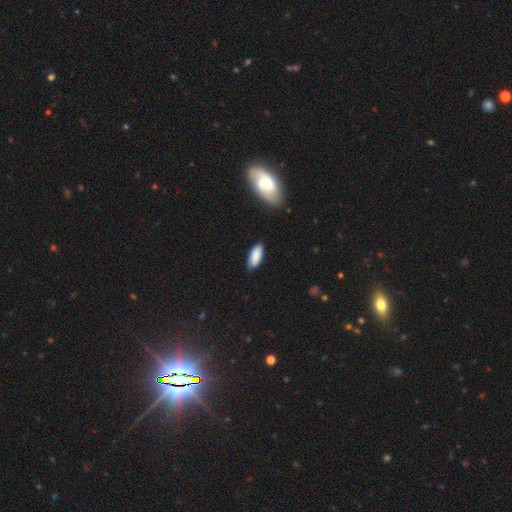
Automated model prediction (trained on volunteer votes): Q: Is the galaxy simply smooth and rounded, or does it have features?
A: smooth — 87%.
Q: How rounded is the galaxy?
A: in between — 79%.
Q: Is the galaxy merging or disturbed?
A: none — 84%.